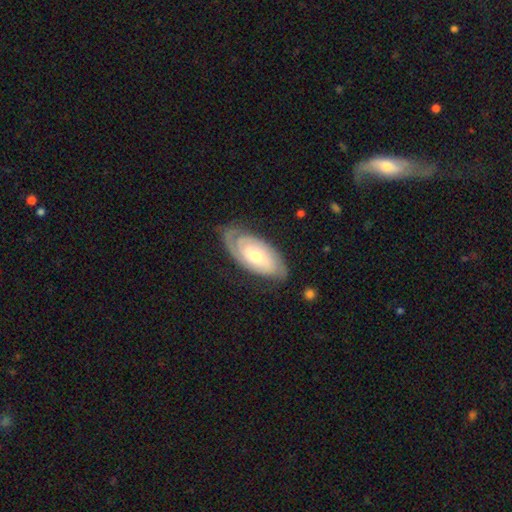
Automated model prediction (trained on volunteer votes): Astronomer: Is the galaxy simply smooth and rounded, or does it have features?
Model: featured or disk — 78%.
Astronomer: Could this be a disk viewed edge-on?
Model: no — 93%.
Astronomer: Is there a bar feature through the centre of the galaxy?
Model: no — 64%.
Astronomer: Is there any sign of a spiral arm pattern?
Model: yes — 94%.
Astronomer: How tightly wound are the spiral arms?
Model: tight — 71%.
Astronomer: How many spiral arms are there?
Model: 2 — 65%.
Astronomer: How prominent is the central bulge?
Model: moderate — 64%.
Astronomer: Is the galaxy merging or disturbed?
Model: none — 75%.